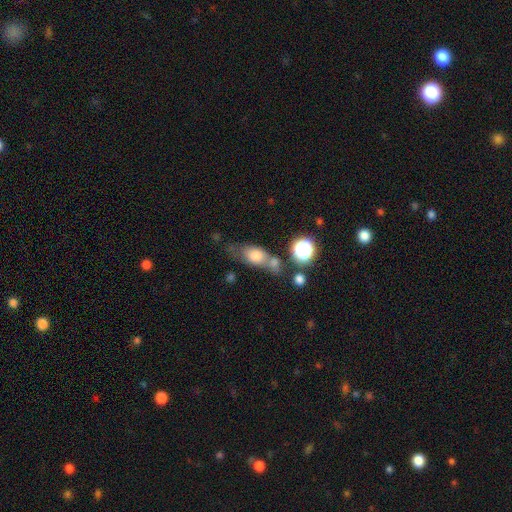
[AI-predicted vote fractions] smooth 69%, featured or disk 19%, star or artifact 12%. Down the decision tree: how rounded — in between (65%); merging — none (37%).